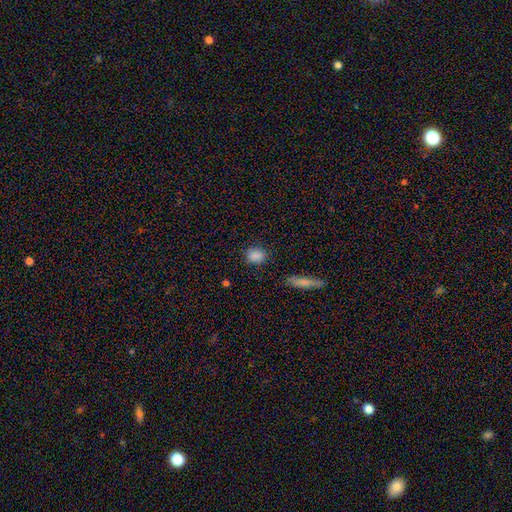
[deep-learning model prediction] Smooth or featured: smooth — 85% (star or artifact — 10%)
How rounded: round — 51% (in between — 46%)
Merging: none — 81% (minor disturbance — 13%)